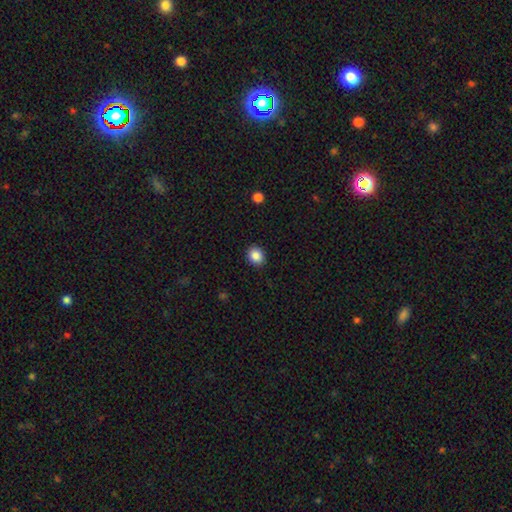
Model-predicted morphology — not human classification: Smooth or featured? smooth (86%)
How rounded? round (68%)
Merging? none (91%)